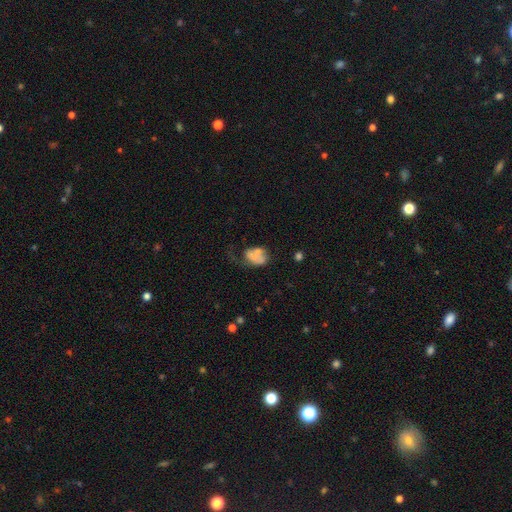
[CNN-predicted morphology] type=smooth (64%); roundness=in between (77%); merging=major disturbance (29%).